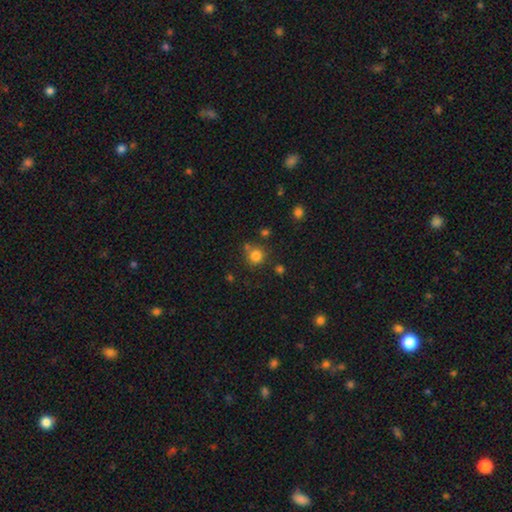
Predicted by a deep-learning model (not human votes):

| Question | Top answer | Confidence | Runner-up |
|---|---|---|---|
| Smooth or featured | smooth | 80% | star or artifact (13%) |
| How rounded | round | 91% | in between (8%) |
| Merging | none | 71% | merger (13%) |